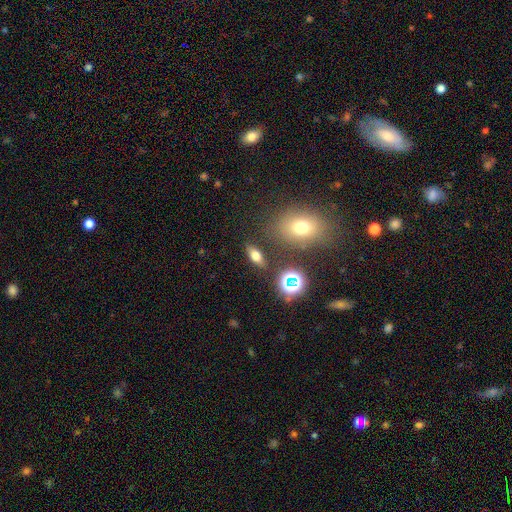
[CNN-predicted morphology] A smooth galaxy with no disk features (63%) that is in between round and cigar-shaped (69%). Merging: none (83%).